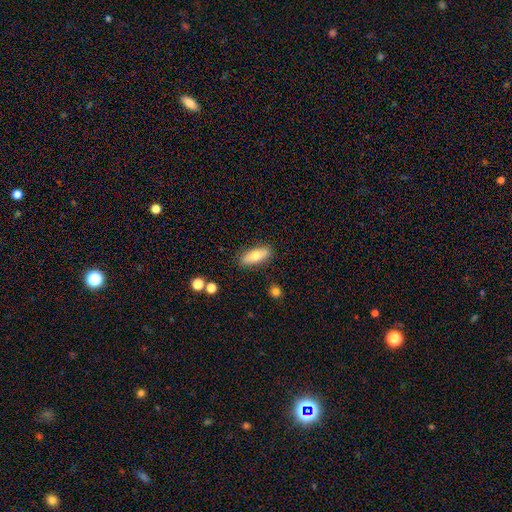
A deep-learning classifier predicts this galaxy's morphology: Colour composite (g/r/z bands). It shows a smooth galaxy with no disk features (72%) that is in between round and cigar-shaped (73%). Merging: none (87%).